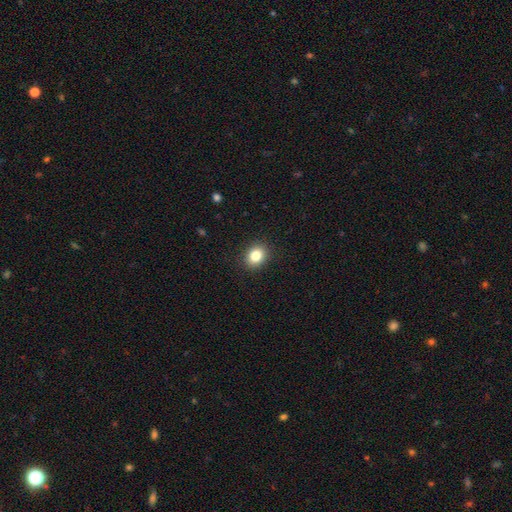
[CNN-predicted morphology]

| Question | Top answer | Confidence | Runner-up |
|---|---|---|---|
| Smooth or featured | smooth | 84% | star or artifact (10%) |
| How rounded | round | 57% | in between (42%) |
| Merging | none | 90% | minor disturbance (7%) |